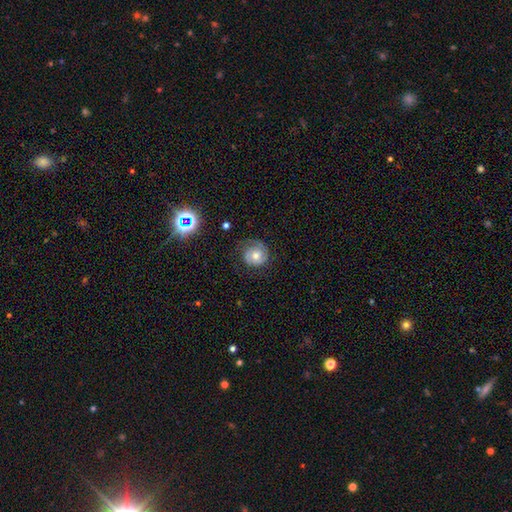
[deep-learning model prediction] Overall: featured or disk (55%; smooth 36%). Edge-on disk: no (97%). Bar: no (77%). Spiral arms: yes (84%). Bulge size: moderate (65%; small 27%). Merging: none (65%).